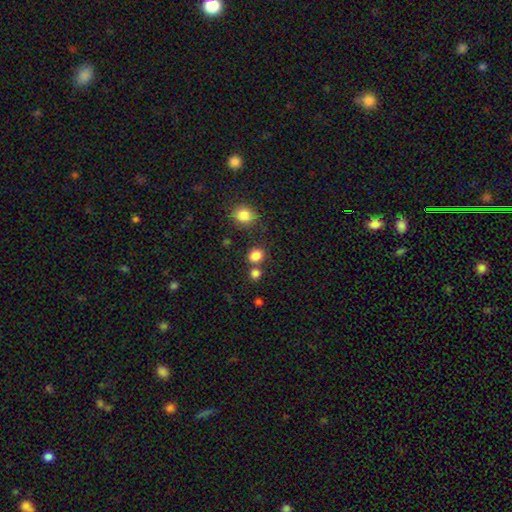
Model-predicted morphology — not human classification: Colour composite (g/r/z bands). It shows a smooth galaxy with no disk features (83%) that is round (72%). Merging: none (71%).